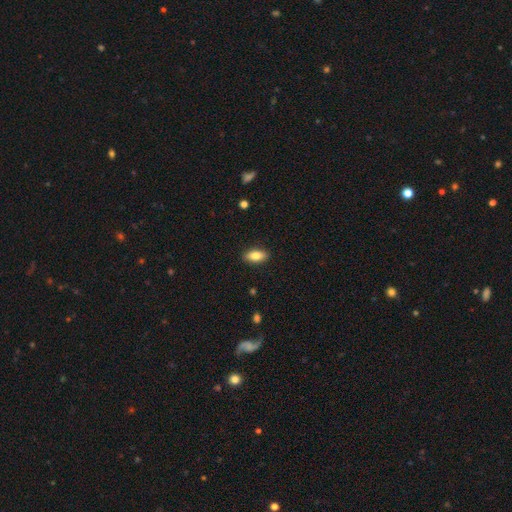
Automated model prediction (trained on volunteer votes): Overall: smooth (82%). How rounded: in between (88%). Merging: none (90%).